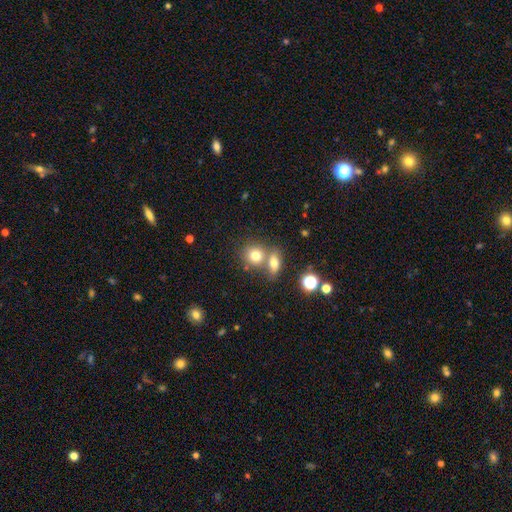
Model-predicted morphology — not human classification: smooth-or-featured: smooth: 77% | featured or disk: 12% | star or artifact: 12%
  how-rounded: round: 70% | in between: 28% | cigar-shaped: 2%
  merging: none: 45% | merger: 43% | minor disturbance: 9% | major disturbance: 3%